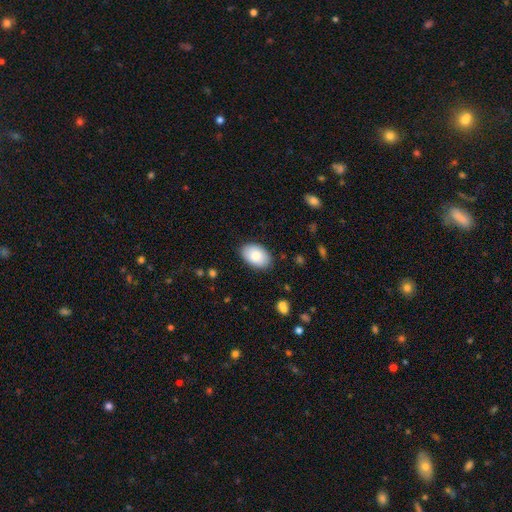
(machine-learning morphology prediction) Overall: smooth (85%). How rounded: in between (91%). Merging: none (86%).